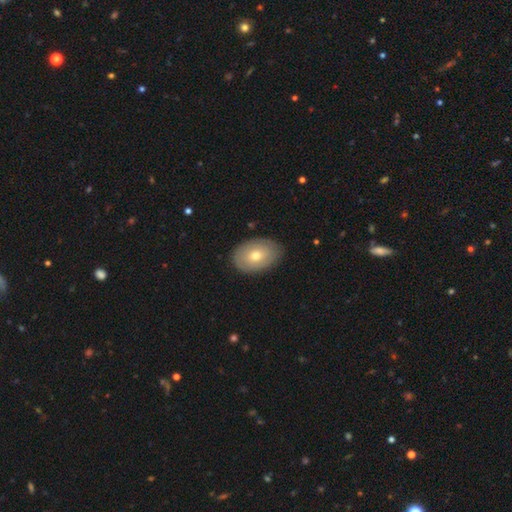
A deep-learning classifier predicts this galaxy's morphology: This is likely a smooth galaxy (67%). How rounded: clearly in between (86%). Merging: clearly none (86%).